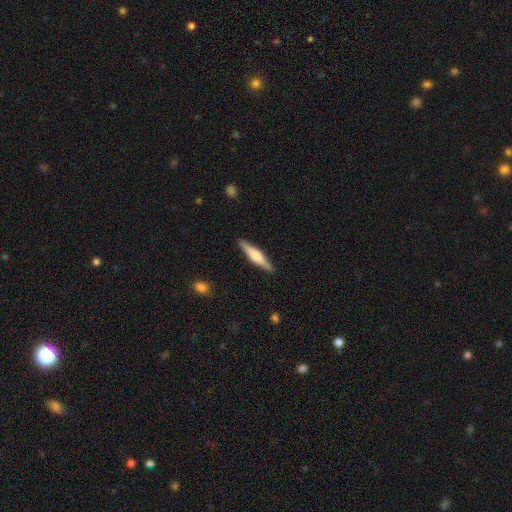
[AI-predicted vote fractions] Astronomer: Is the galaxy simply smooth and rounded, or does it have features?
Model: featured or disk — 54% (runner-up: smooth, 40%).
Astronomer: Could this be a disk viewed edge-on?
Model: yes — 97%.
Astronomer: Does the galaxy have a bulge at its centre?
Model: rounded — 77%.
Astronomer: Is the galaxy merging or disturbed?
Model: none — 90%.